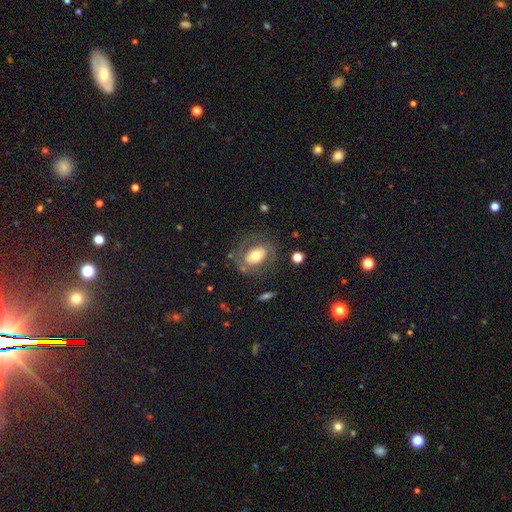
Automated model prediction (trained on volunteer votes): Morphology: type=featured or disk (49%); merging=none (68%).